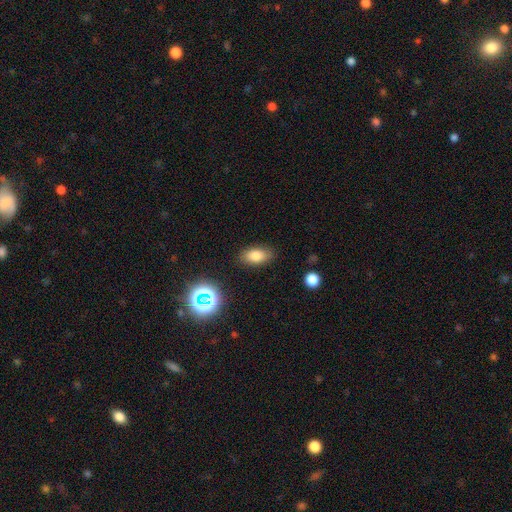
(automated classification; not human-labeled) A smooth galaxy with no disk features (79%) that is in between round and cigar-shaped (89%).

Vote fractions:
- Smooth or featured? smooth: 79% / star or artifact: 12% / featured or disk: 9%
- How rounded? in between: 89% / round: 7% / cigar-shaped: 3%
- Merging? none: 85% / minor disturbance: 11% / major disturbance: 3% / merger: 1%